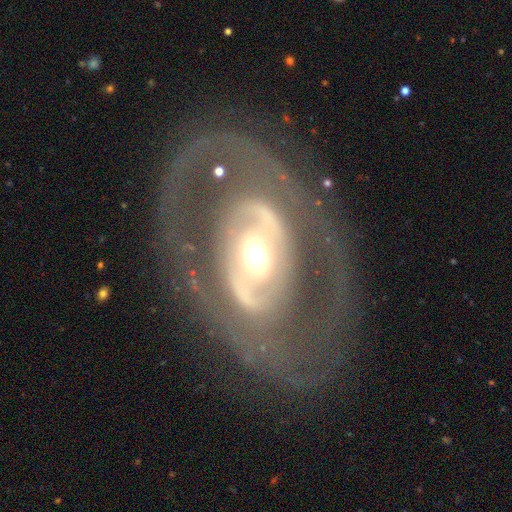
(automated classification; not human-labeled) A featured or disk galaxy (81%) with no bar (48%), spiral arms (57%) and a moderate central bulge (60%).

Vote fractions:
- Smooth or featured? featured or disk: 81% / smooth: 14% / star or artifact: 5%
- Edge-on disk? no: 93% / yes: 7%
- Bar? no: 48% / weak: 27% / strong: 25%
- Spiral arms? yes: 57% / no: 43%
- Bulge size? moderate: 60% / small: 18% / large: 18% / dominant: 2% / none: 1%
- Merging? none: 74% / major disturbance: 13% / minor disturbance: 12% / merger: 1%